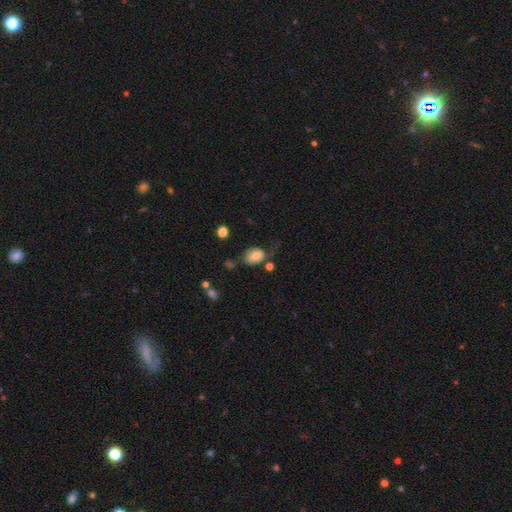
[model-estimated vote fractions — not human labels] This is likely a smooth galaxy (68%). How rounded: clearly in between (81%). Merging: marginally none (40%).